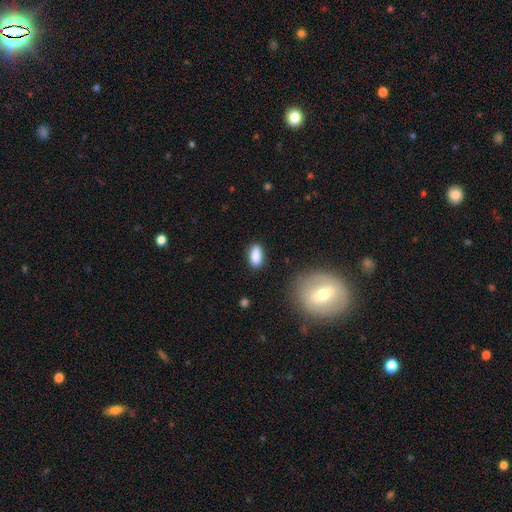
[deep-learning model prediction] A smooth galaxy with no disk features (88%) that is in between round and cigar-shaped (89%). Merging: none (83%).